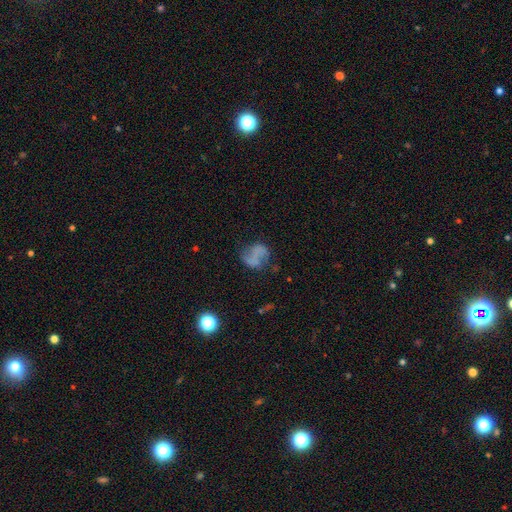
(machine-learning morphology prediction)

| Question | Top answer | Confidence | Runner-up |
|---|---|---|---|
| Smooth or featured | featured or disk | 47% | smooth (39%) |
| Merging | none | 50% | minor disturbance (24%) |